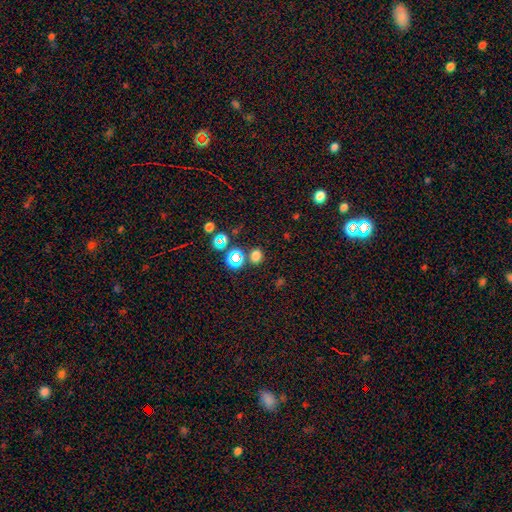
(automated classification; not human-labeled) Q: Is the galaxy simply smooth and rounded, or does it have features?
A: smooth — 66%.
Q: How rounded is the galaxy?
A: round — 72%.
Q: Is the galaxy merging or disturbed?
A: none — 82%.